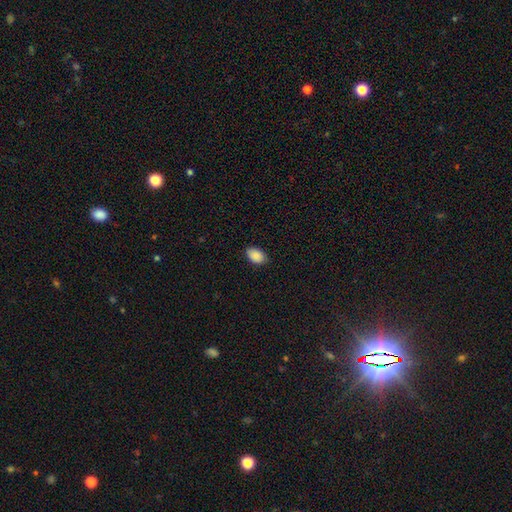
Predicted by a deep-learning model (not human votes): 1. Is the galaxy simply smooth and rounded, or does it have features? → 90% smooth, 7% star or artifact, 3% featured or disk.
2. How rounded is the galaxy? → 90% in between, 9% round, 1% cigar-shaped.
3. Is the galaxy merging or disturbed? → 84% none, 12% minor disturbance, 2% major disturbance, 1% merger.